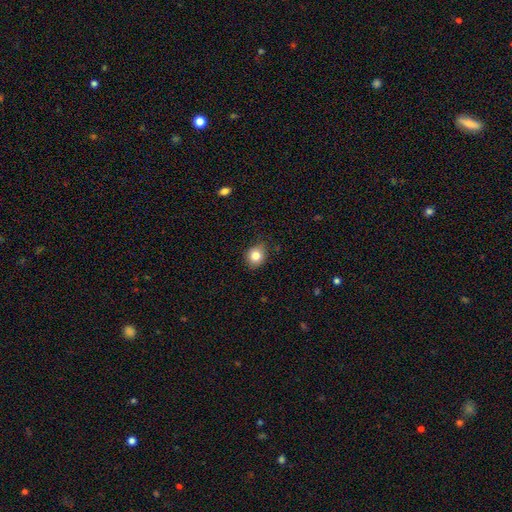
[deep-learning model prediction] smooth 82%, star or artifact 10%, featured or disk 8%. Down the decision tree: how rounded — round (67%); merging — none (81%).